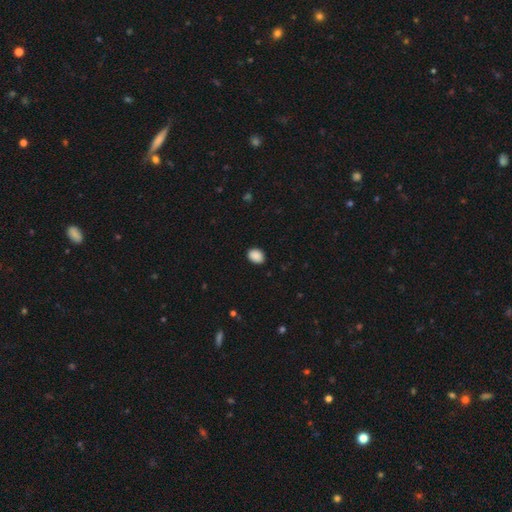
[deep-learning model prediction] smooth 90%, star or artifact 8%, featured or disk 3%. Down the decision tree: how rounded — in between (69%); merging — none (88%).